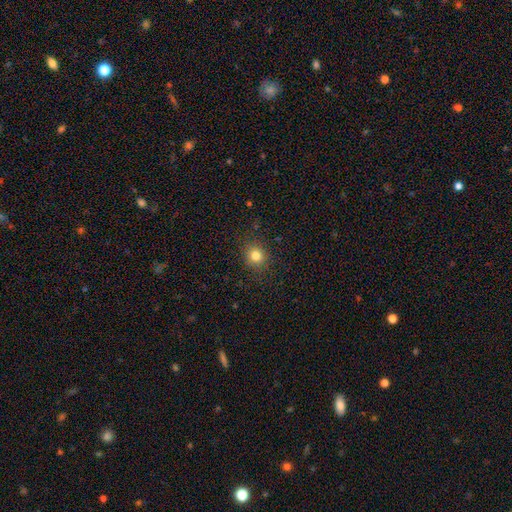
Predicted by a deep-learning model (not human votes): Smooth or featured?
  - smooth: 81% *
  - star or artifact: 13%
  - featured or disk: 6%
How rounded?
  - round: 84% *
  - in between: 15%
  - cigar-shaped: 1%
Merging?
  - none: 88% *
  - minor disturbance: 8%
  - major disturbance: 3%
  - merger: 1%